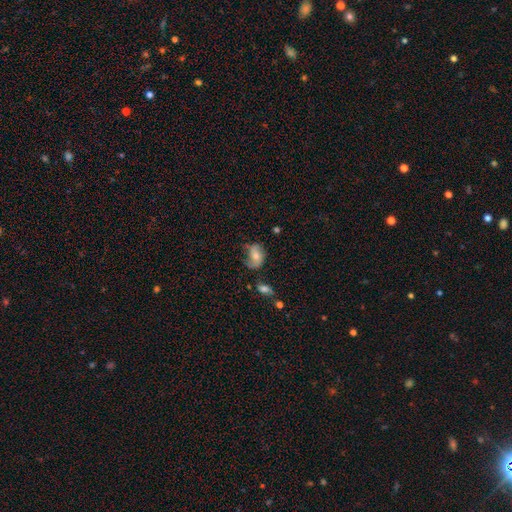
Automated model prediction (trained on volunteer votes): Smooth or featured: smooth — 56% (featured or disk — 35%)
How rounded: in between — 77% (round — 21%)
Merging: none — 40% (minor disturbance — 34%)